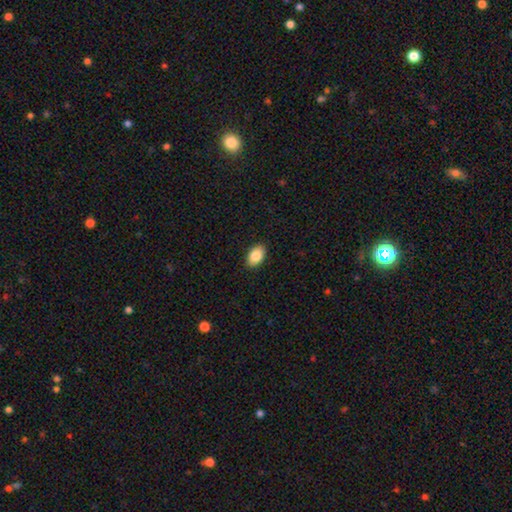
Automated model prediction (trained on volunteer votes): The model was most divided on "smooth or featured": smooth: 86%, star or artifact: 7%, featured or disk: 6%. More confident: how rounded — in between (91%); merging — none (90%).